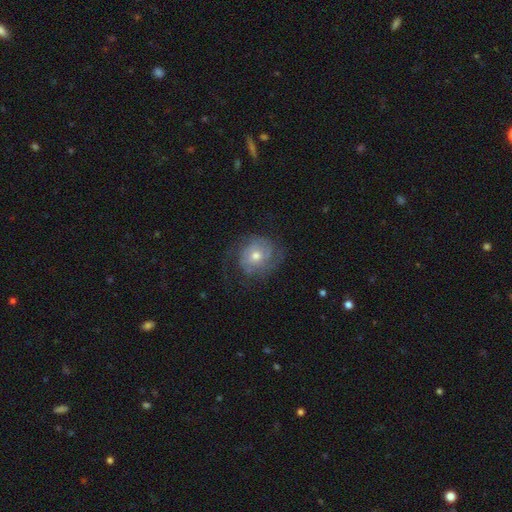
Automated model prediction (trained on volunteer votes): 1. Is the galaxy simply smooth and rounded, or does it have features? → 67% featured or disk, 26% smooth, 7% star or artifact.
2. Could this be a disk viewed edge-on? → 97% no, 3% yes.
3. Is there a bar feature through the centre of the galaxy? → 78% no, 19% weak, 3% strong.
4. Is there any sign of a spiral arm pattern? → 84% yes, 16% no.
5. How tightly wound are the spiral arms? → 55% tight, 31% medium, 14% loose.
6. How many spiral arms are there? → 39% 2, 33% can't tell, 13% 3, 7% 1, 4% 4, 4% more than 4.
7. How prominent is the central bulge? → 69% moderate, 24% small, 5% large, 1% none, 1% dominant.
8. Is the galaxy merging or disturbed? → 65% none, 19% minor disturbance, 15% major disturbance, 1% merger.